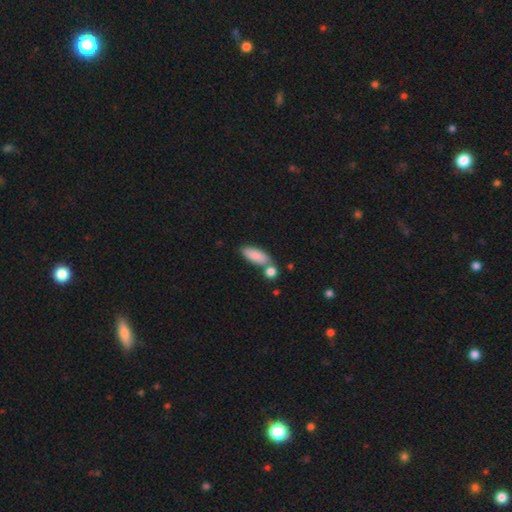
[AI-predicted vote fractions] Smooth or featured? Predicted: smooth (p=0.85). How rounded? Predicted: in between (p=0.74). Merging? Predicted: none (p=0.60).